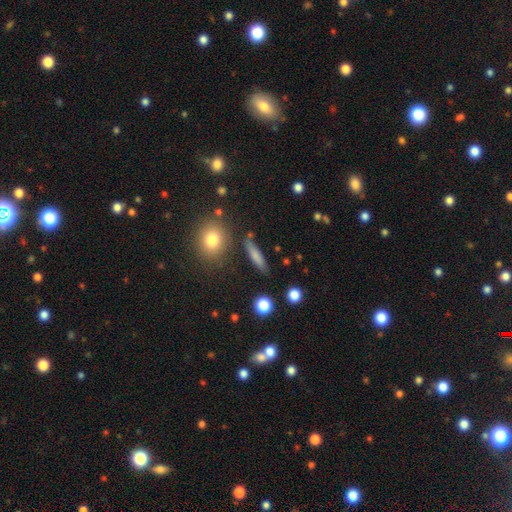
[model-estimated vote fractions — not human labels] Smooth or featured?
  - smooth: 74% *
  - featured or disk: 17%
  - star or artifact: 9%
How rounded?
  - cigar-shaped: 76% *
  - in between: 18%
  - round: 6%
Merging?
  - none: 83% *
  - minor disturbance: 10%
  - merger: 4%
  - major disturbance: 3%